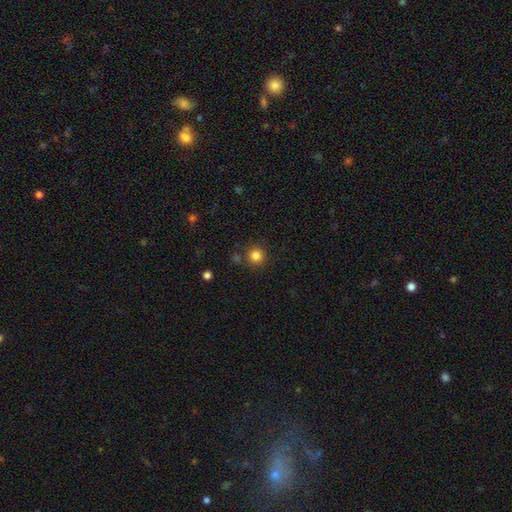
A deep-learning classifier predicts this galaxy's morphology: Q: Smooth or featured?
A: smooth (84%); runner-up: star or artifact (12%)
Q: How rounded?
A: round (94%); runner-up: in between (5%)
Q: Merging?
A: none (84%); runner-up: minor disturbance (8%)